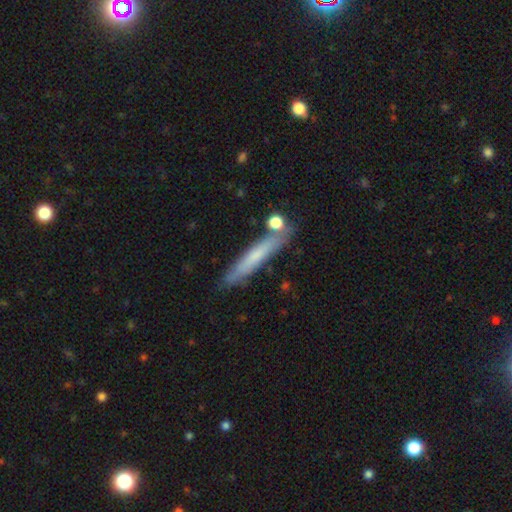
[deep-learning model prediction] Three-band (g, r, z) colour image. It shows a smooth galaxy with no disk features (62%) that is cigar-shaped (93%). Merging: none (77%).